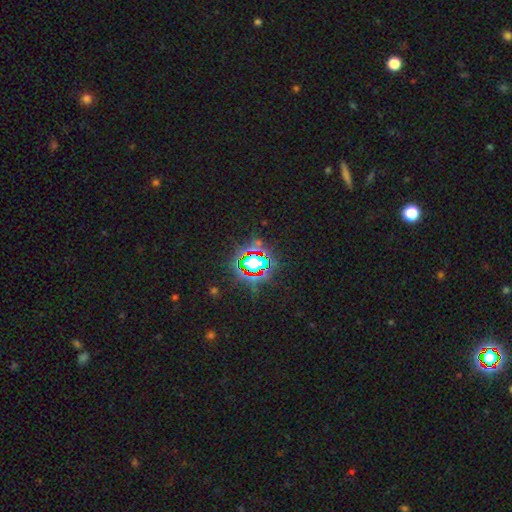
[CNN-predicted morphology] type=star or artifact (81%).